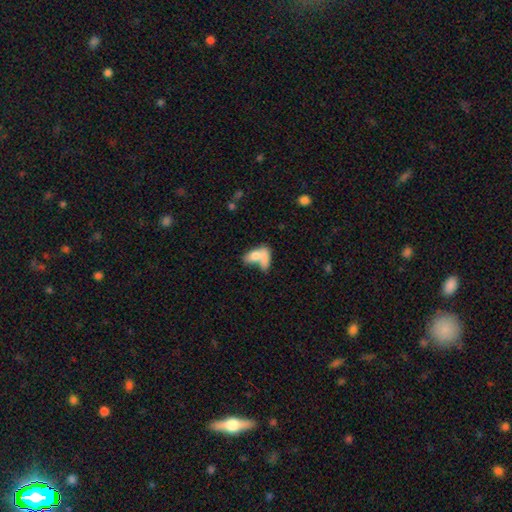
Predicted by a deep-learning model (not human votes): Smooth or featured?
  - smooth: 73% *
  - featured or disk: 19%
  - star or artifact: 8%
How rounded?
  - in between: 80% *
  - cigar-shaped: 10%
  - round: 9%
Merging?
  - merger: 60% *
  - none: 21%
  - major disturbance: 10%
  - minor disturbance: 9%